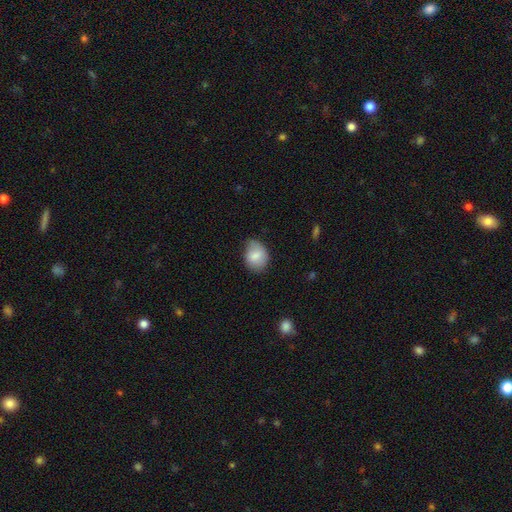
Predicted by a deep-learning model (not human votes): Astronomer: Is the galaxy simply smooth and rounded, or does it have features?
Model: smooth — 80%.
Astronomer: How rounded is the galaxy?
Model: in between — 64%.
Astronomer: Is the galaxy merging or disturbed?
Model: none — 59%.